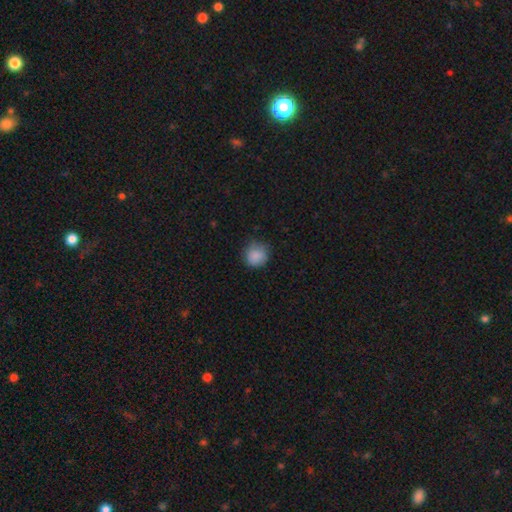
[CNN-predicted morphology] smooth 88%, star or artifact 8%, featured or disk 4%. Down the decision tree: how rounded — round (88%); merging — none (75%).